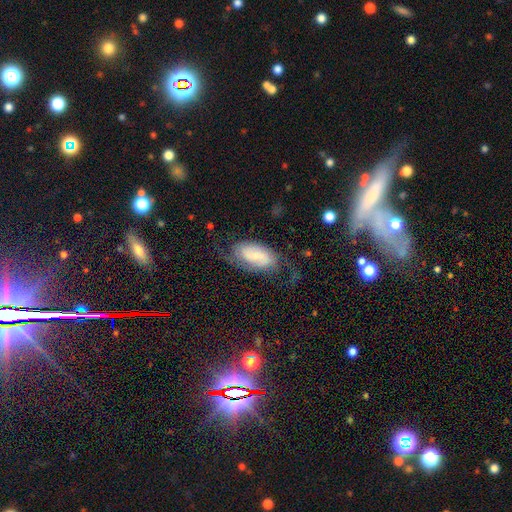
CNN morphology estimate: smooth-or-featured: featured or disk: 62% | smooth: 29% | star or artifact: 9%
  disk-edge-on: no: 95% | yes: 5%
    bar: weak: 44% | no: 35% | strong: 21%
    has-spiral-arms: yes: 91% | no: 9%
      spiral-winding: medium: 42% | loose: 32% | tight: 25%
      spiral-arm-count: 2: 78% | can't tell: 12% | 1: 4% | 3: 3% | 4: 2% | more than 4: 2%
    bulge-size: small: 48% | moderate: 21% | none: 18% | large: 9% | dominant: 4%
  merging: none: 53% | major disturbance: 23% | minor disturbance: 22% | merger: 2%